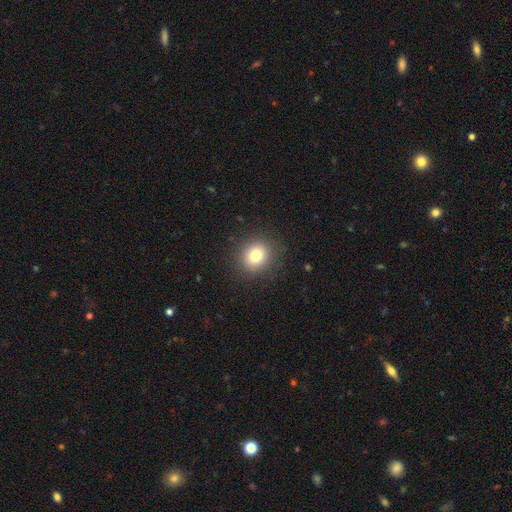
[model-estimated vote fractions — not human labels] A smooth galaxy with no disk features (78%) that is round (83%). Merging: none (89%).